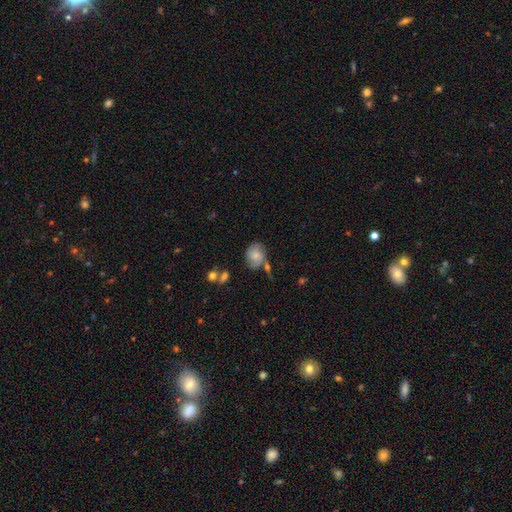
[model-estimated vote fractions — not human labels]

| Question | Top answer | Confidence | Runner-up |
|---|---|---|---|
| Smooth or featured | smooth | 51% | featured or disk (40%) |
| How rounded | round | 50% | in between (49%) |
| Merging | none | 56% | minor disturbance (24%) |